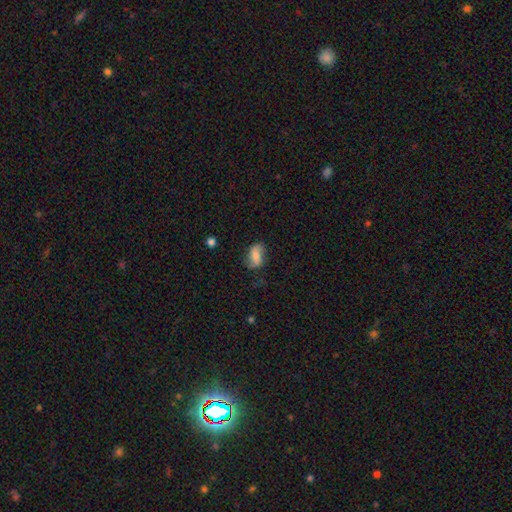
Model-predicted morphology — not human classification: Smooth or featured? Predicted: smooth (p=0.59). How rounded? Predicted: in between (p=0.86). Merging? Predicted: none (p=0.67).